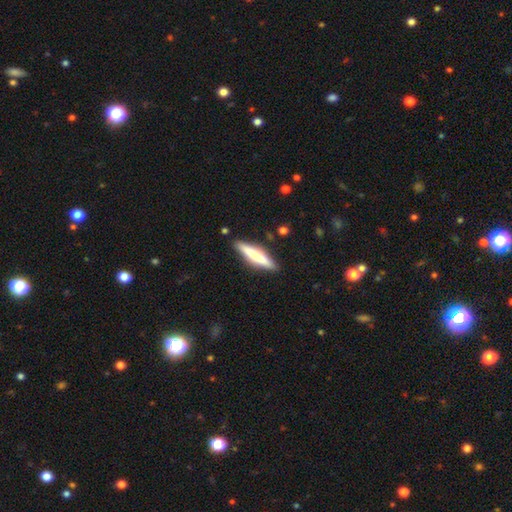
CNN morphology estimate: Smooth or featured: smooth — 60% (featured or disk — 34%)
How rounded: cigar-shaped — 89% (in between — 10%)
Merging: none — 88% (minor disturbance — 9%)